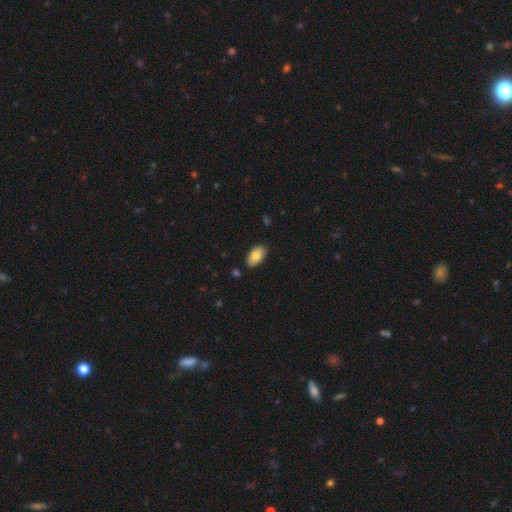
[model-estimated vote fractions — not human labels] This appears to be a smooth galaxy with no disk features (80%) that is in between round and cigar-shaped (94%). Merging: none (86%).